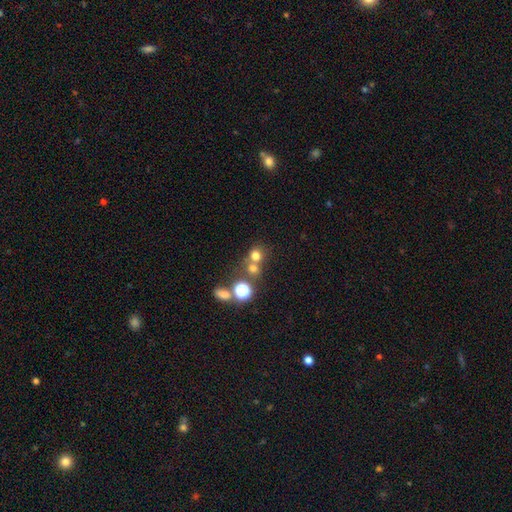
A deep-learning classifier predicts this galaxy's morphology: Smooth or featured?
  - smooth: 69% *
  - star or artifact: 20%
  - featured or disk: 11%
How rounded?
  - round: 82% *
  - in between: 17%
  - cigar-shaped: 1%
Merging?
  - none: 49% *
  - merger: 39%
  - minor disturbance: 7%
  - major disturbance: 4%